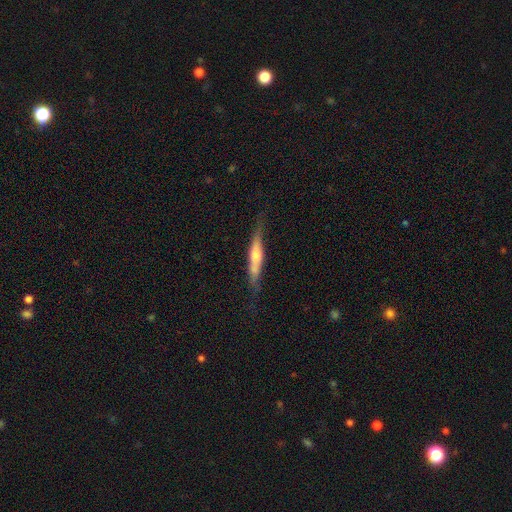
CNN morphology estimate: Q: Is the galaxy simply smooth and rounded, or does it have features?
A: featured or disk — 53%.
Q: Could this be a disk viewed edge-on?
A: yes — 90%.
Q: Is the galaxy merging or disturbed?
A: none — 69%.